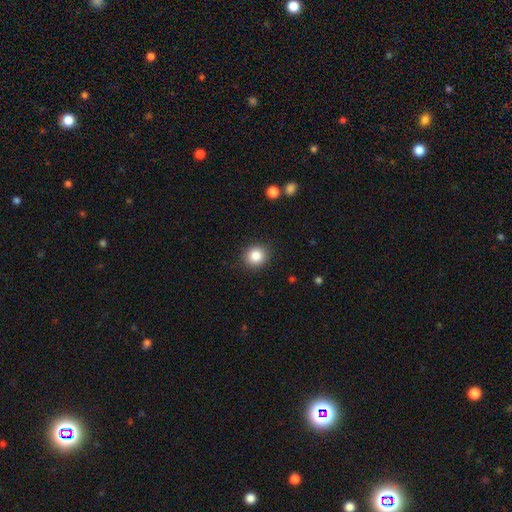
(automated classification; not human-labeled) Smooth or featured?
  - smooth: 85% *
  - star or artifact: 10%
  - featured or disk: 5%
How rounded?
  - round: 85% *
  - in between: 14%
  - cigar-shaped: 1%
Merging?
  - none: 90% *
  - minor disturbance: 7%
  - major disturbance: 2%
  - merger: 1%